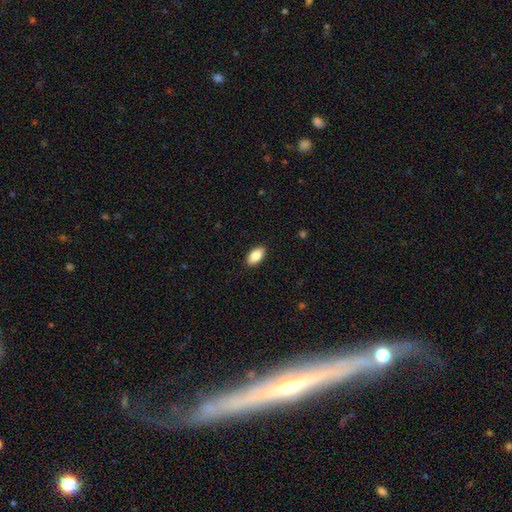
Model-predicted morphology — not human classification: smooth 85%, featured or disk 9%, star or artifact 7%. Down the decision tree: how rounded — in between (93%); merging — none (90%).